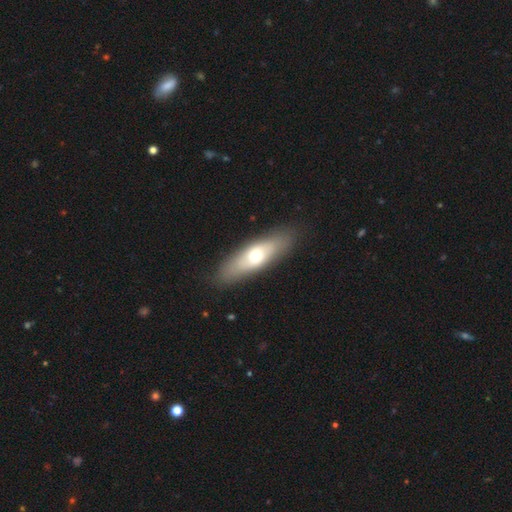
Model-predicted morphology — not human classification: smooth-or-featured: smooth: 56% | featured or disk: 37% | star or artifact: 6%
  how-rounded: in between: 52% | cigar-shaped: 45% | round: 3%
  merging: none: 85% | minor disturbance: 10% | major disturbance: 3% | merger: 1%